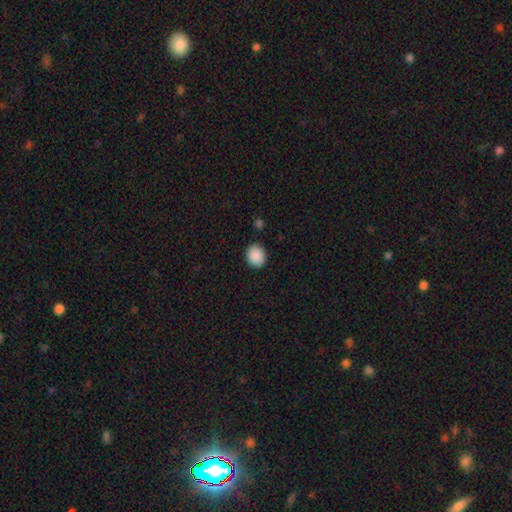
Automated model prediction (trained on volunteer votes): smooth_or_featured: smooth (p=0.90) [alt: star or artifact p=0.07]
how_rounded: round (p=0.54) [alt: in between p=0.45]
merging: none (p=0.87) [alt: minor disturbance p=0.09]